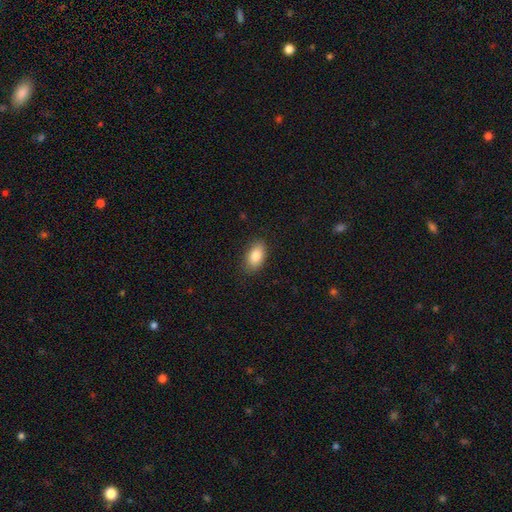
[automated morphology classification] smooth-or-featured: smooth: 85% | featured or disk: 8% | star or artifact: 7%
  how-rounded: in between: 92% | round: 6% | cigar-shaped: 2%
  merging: none: 85% | minor disturbance: 11% | major disturbance: 3% | merger: 1%